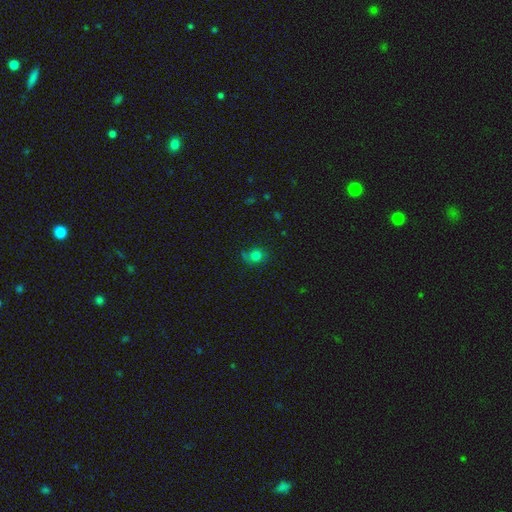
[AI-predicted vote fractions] Overall: smooth (75%). How rounded: round (71%). Merging: none (64%).